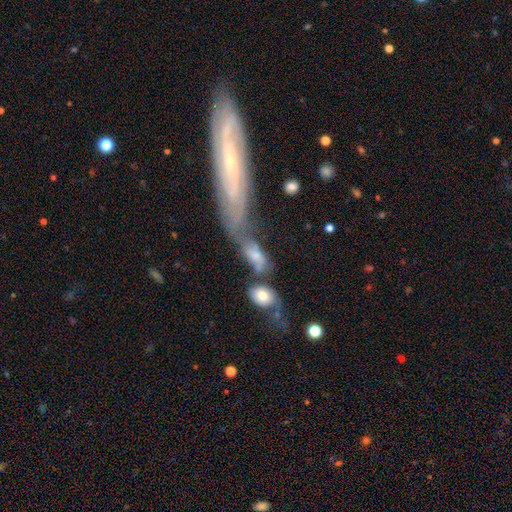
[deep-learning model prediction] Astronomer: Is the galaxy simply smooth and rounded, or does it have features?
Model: smooth — 61%.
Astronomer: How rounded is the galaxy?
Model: in between — 74%.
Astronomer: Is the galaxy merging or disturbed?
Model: merger — 44% (runner-up: none, 22%).